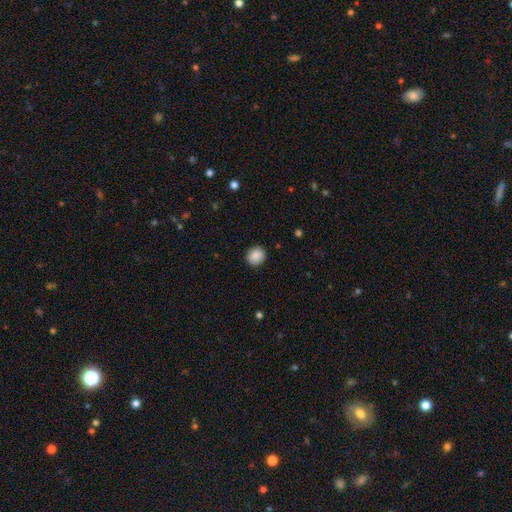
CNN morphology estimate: smooth_or_featured: smooth (p=0.89) [alt: star or artifact p=0.08]
how_rounded: round (p=0.77) [alt: in between p=0.22]
merging: none (p=0.90) [alt: minor disturbance p=0.07]